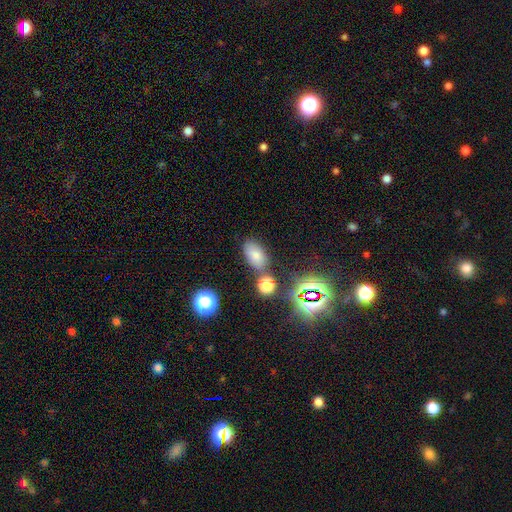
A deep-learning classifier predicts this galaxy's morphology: smooth_or_featured: smooth (p=0.72) [alt: star or artifact p=0.18]
how_rounded: in between (p=0.88) [alt: round p=0.09]
merging: none (p=0.70) [alt: minor disturbance p=0.14]